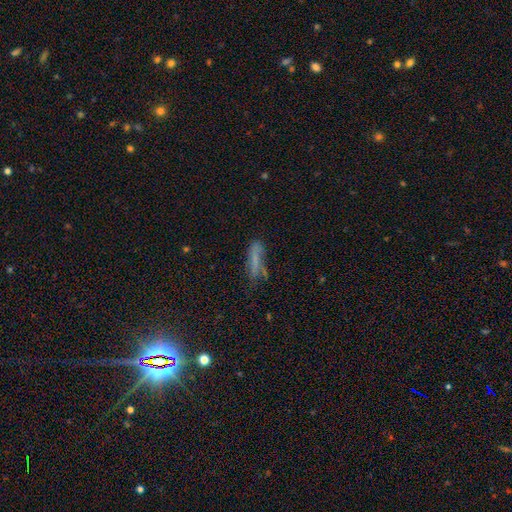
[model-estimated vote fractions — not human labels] Morphology: type=smooth (63%); roundness=cigar-shaped (70%); merging=none (49%).